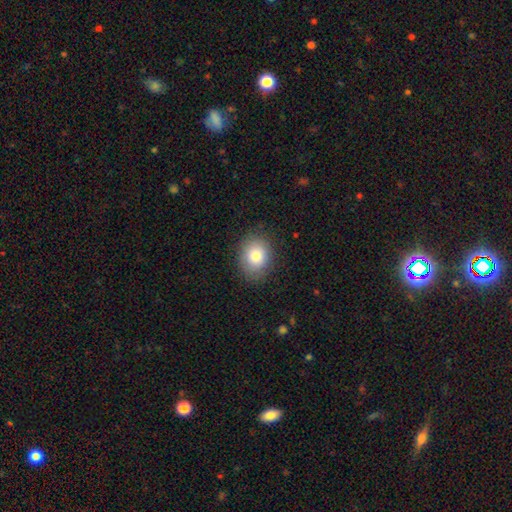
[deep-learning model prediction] Overall: smooth (83%). How rounded: in between (50%; round 49%). Merging: none (85%).